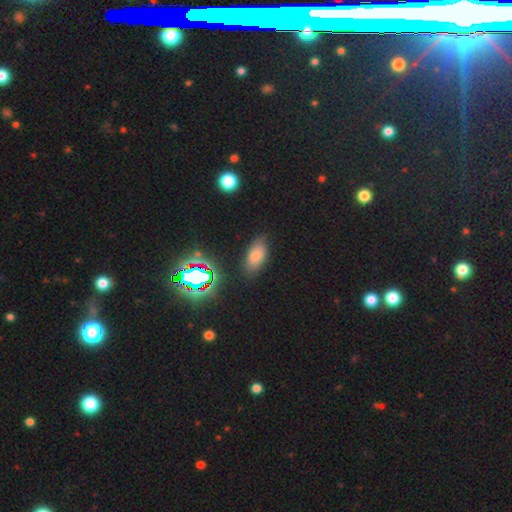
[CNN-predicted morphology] A smooth galaxy with no disk features (66%) that is in between round and cigar-shaped (89%). Merging: none (83%).